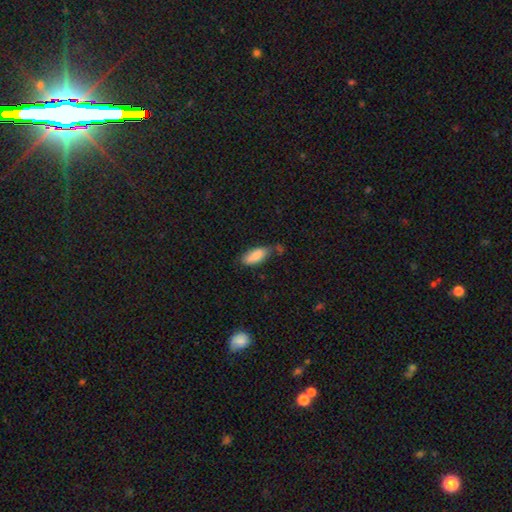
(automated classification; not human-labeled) This is clearly a smooth galaxy (86%). How rounded: clearly in between (81%). Merging: possibly none (60%).